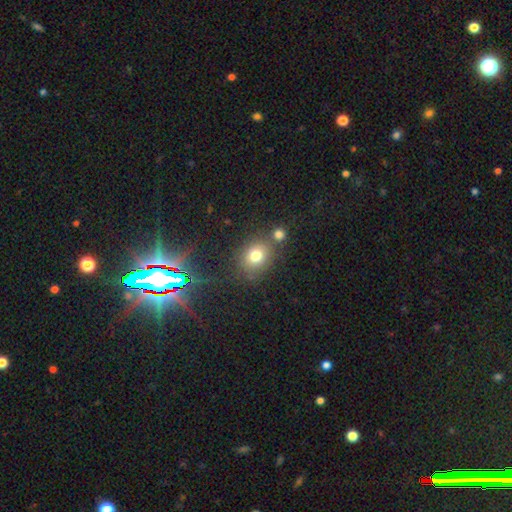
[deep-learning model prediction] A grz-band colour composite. It shows a smooth galaxy with no disk features (74%) that is round (67%). Merging: none (68%).